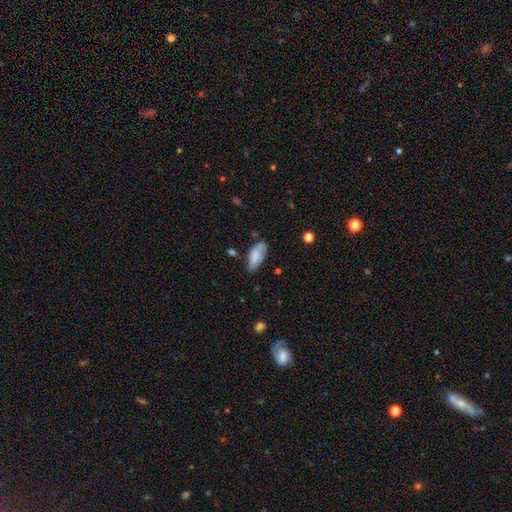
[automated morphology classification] smooth-or-featured: smooth: 73% | featured or disk: 20% | star or artifact: 7%
  how-rounded: in between: 87% | cigar-shaped: 11% | round: 2%
  merging: none: 57% | minor disturbance: 30% | major disturbance: 8% | merger: 5%